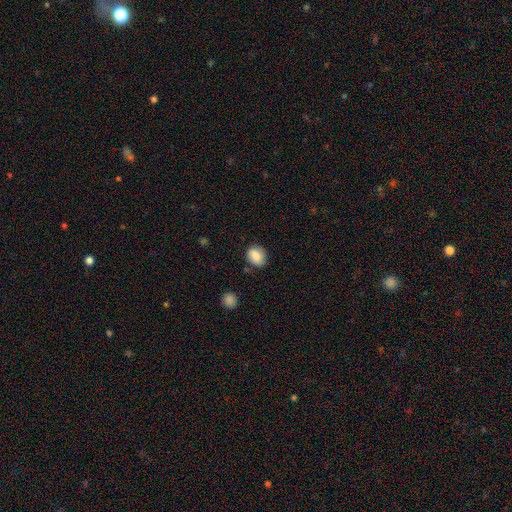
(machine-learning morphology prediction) This is likely a smooth galaxy (76%). How rounded: possibly round (60%). Merging: likely none (75%).